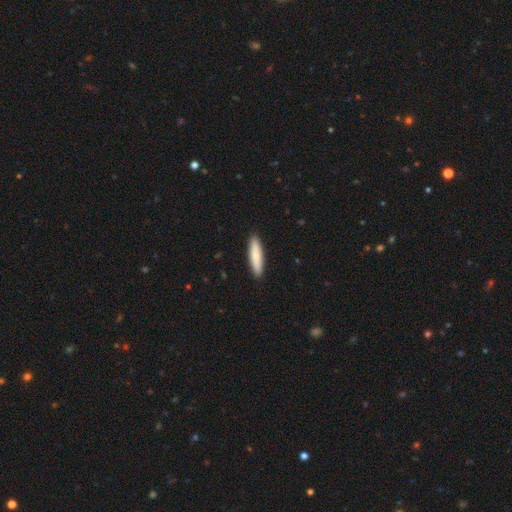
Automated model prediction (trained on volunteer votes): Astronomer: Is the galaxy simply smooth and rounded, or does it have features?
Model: smooth — 79%.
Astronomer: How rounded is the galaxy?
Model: cigar-shaped — 80%.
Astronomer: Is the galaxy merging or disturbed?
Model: none — 91%.